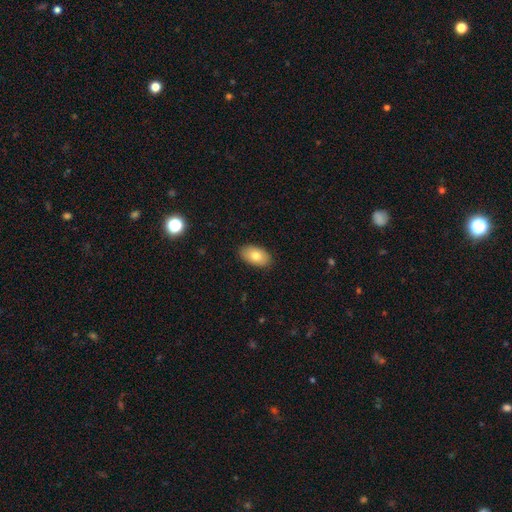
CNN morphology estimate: Smooth or featured: smooth — 79% (featured or disk — 14%)
How rounded: in between — 94% (round — 5%)
Merging: none — 88% (minor disturbance — 9%)